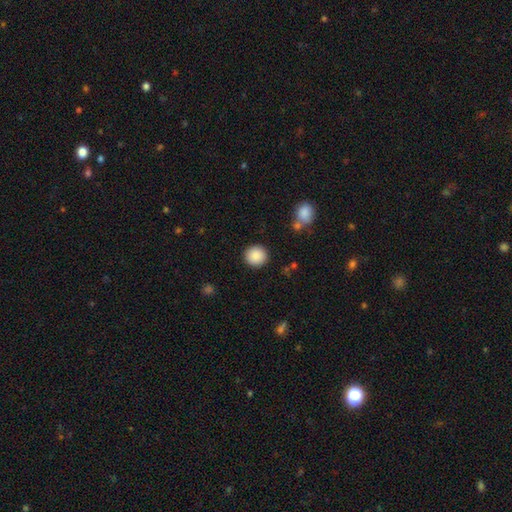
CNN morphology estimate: smooth_or_featured: smooth (p=0.89) [alt: star or artifact p=0.08]
how_rounded: round (p=0.93) [alt: in between p=0.06]
merging: none (p=0.90) [alt: minor disturbance p=0.06]